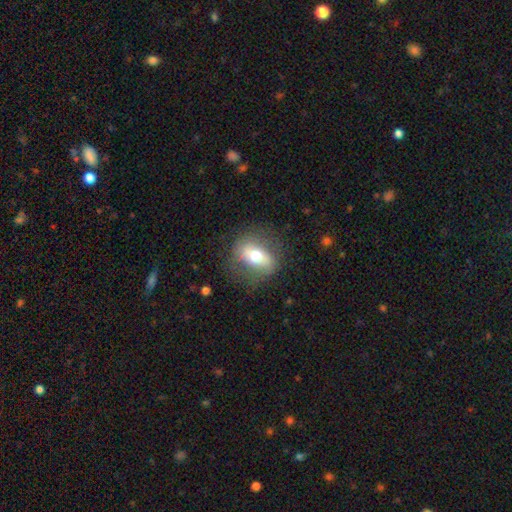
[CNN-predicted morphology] type=smooth (52%); roundness=in between (64%); merging=none (73%).